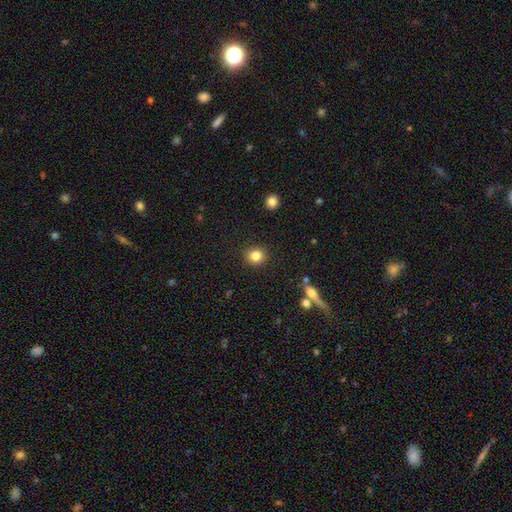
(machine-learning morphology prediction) A smooth galaxy with no disk features (83%) that is round (86%). Merging: none (91%).